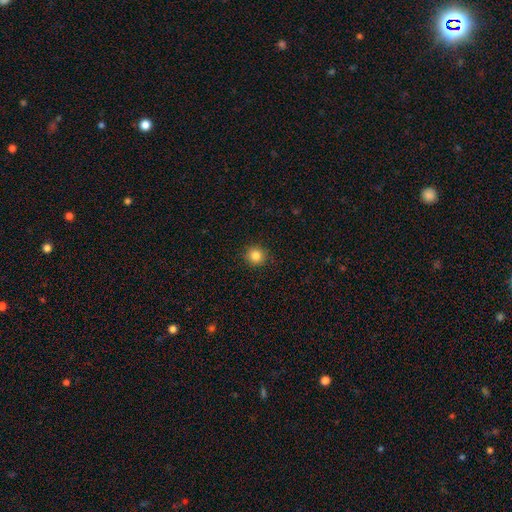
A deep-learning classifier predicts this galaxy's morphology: Q: Smooth or featured?
A: smooth (84%); runner-up: star or artifact (11%)
Q: How rounded?
A: round (93%); runner-up: in between (6%)
Q: Merging?
A: none (91%); runner-up: minor disturbance (6%)